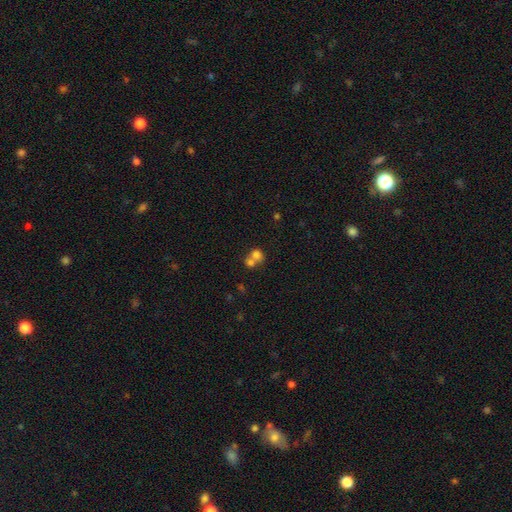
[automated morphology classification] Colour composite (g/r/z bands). It shows a smooth galaxy with no disk features (71%) that is round (69%). Merging: merger (66%).